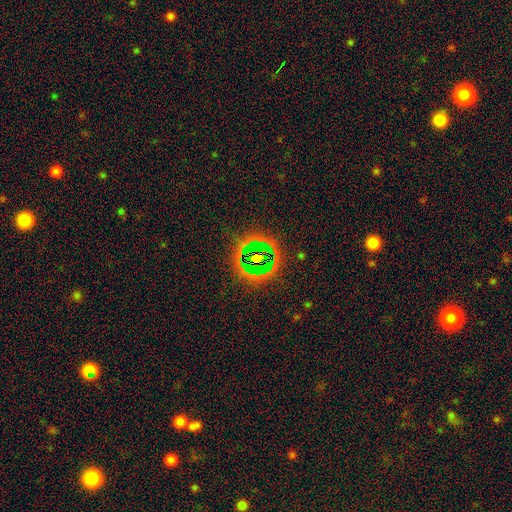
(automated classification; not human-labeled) Smooth or featured: star or artifact — 70% (smooth — 17%)